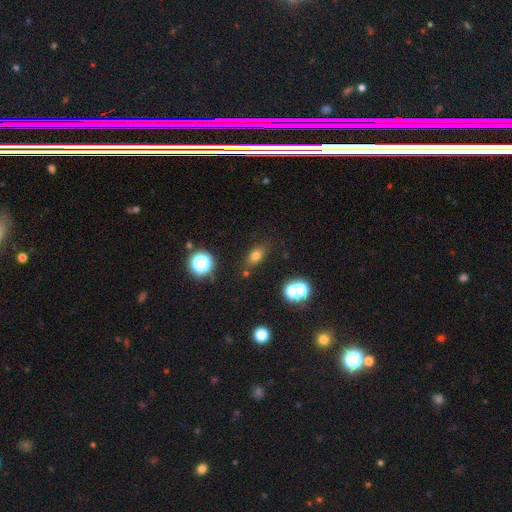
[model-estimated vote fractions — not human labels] A smooth galaxy with no disk features (72%) that is in between round and cigar-shaped (72%). Merging: none (80%).